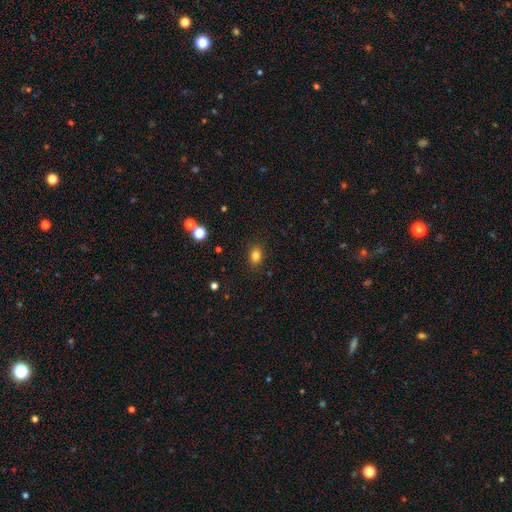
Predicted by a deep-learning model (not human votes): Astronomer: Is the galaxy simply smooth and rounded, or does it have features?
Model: smooth — 82%.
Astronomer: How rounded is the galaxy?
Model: in between — 67%.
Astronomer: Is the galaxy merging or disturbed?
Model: none — 87%.